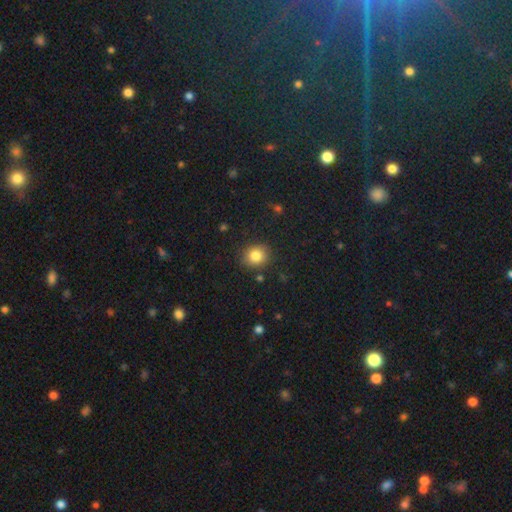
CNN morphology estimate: smooth-or-featured: smooth: 83% | star or artifact: 11% | featured or disk: 6%
  how-rounded: round: 75% | in between: 24% | cigar-shaped: 1%
  merging: none: 86% | minor disturbance: 9% | major disturbance: 2% | merger: 2%